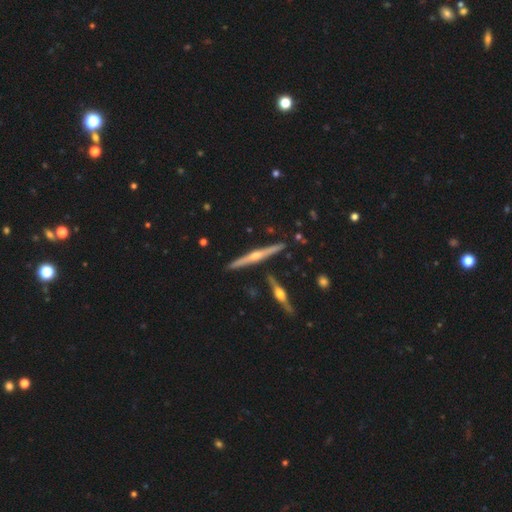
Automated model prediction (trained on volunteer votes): Overall: featured or disk (83%). Edge-on disk: yes (98%). Edge-on bulge: rounded (91%). Merging: none (87%).